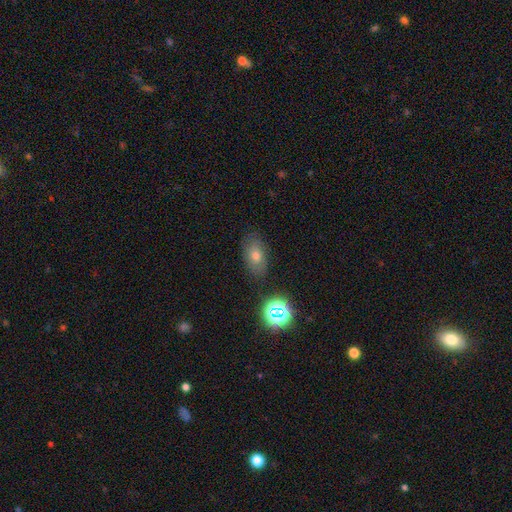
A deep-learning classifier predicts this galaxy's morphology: Smooth or featured: smooth — 65% (star or artifact — 19%)
How rounded: in between — 81% (round — 17%)
Merging: none — 81% (minor disturbance — 13%)